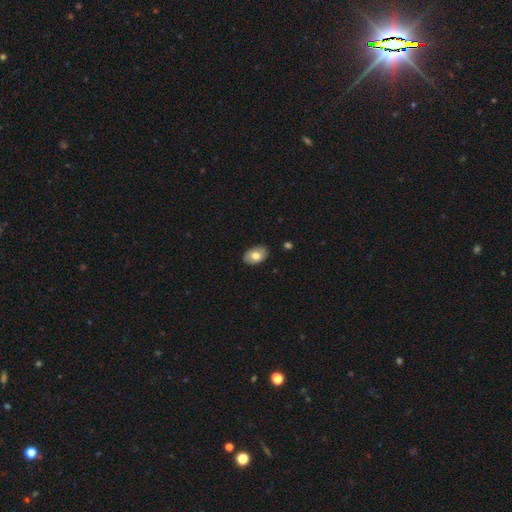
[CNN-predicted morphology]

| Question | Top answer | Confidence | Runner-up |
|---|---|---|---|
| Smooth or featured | smooth | 74% | featured or disk (19%) |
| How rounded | in between | 89% | round (10%) |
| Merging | none | 87% | minor disturbance (10%) |